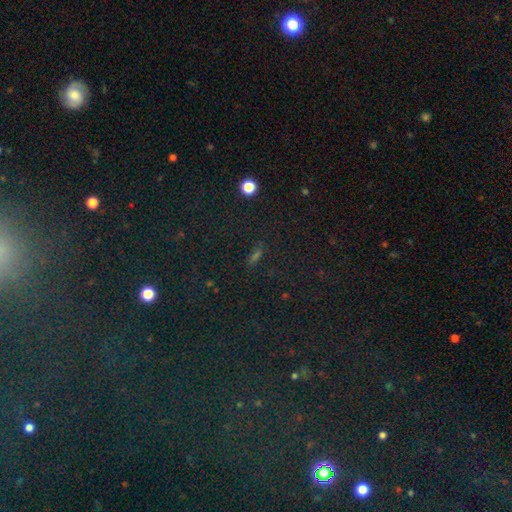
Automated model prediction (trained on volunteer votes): Morphology: type=smooth (46%); merging=none (83%).